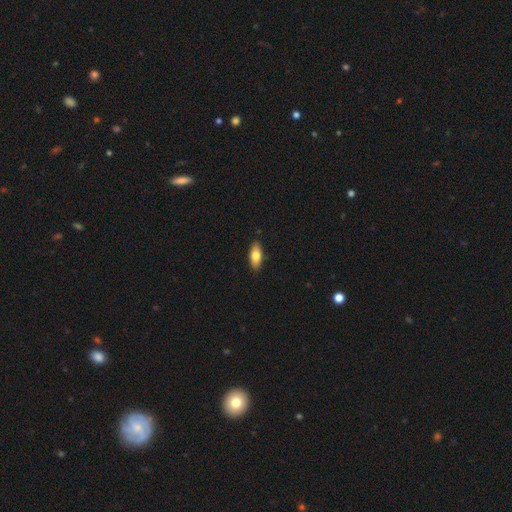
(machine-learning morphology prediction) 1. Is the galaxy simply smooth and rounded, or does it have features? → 75% smooth, 19% featured or disk, 6% star or artifact.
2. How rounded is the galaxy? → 78% in between, 19% cigar-shaped, 3% round.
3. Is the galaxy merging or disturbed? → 88% none, 9% minor disturbance, 2% major disturbance, 1% merger.